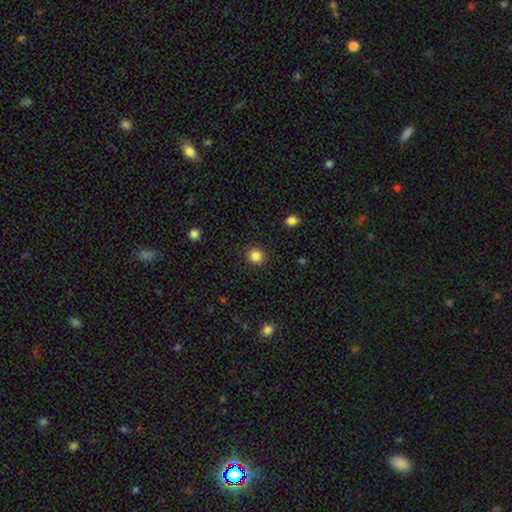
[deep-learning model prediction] Smooth or featured? Predicted: smooth (p=0.85). How rounded? Predicted: round (p=0.87). Merging? Predicted: none (p=0.91).